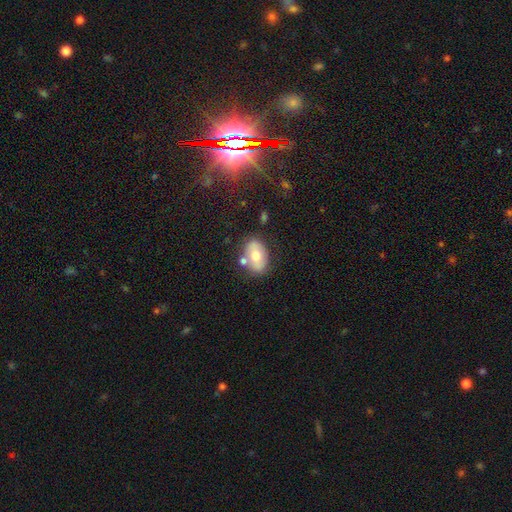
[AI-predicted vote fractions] smooth 59%, featured or disk 33%, star or artifact 8%. Down the decision tree: how rounded — in between (84%); merging — none (68%).